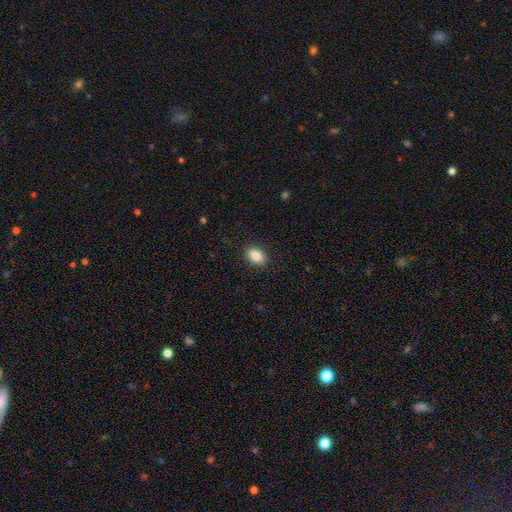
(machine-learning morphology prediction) type=smooth (86%); roundness=in between (85%); merging=none (89%).